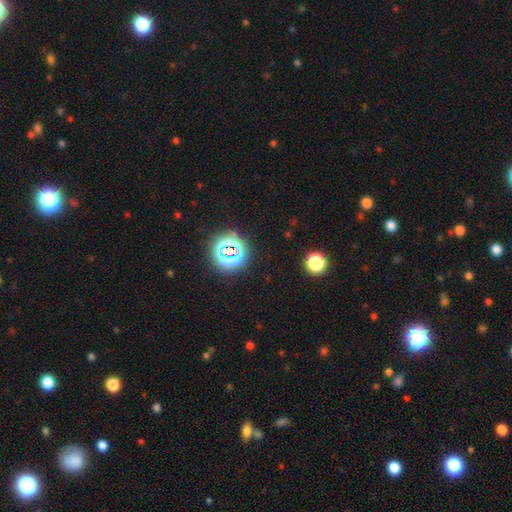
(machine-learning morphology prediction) Q: Smooth or featured?
A: star or artifact (79%); runner-up: smooth (14%)